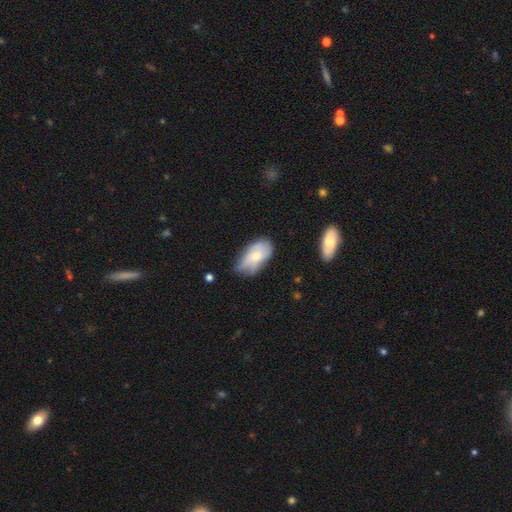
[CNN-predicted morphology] Smooth or featured?
  - smooth: 61% *
  - featured or disk: 33%
  - star or artifact: 7%
How rounded?
  - in between: 93% *
  - round: 4%
  - cigar-shaped: 3%
Merging?
  - none: 49% *
  - minor disturbance: 37%
  - major disturbance: 11%
  - merger: 3%